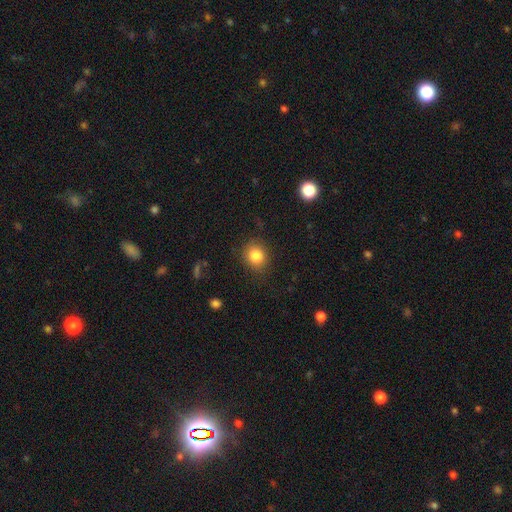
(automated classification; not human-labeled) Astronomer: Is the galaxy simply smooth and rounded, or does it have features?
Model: smooth — 84%.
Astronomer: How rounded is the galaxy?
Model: round — 75%.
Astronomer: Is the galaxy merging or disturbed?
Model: none — 86%.